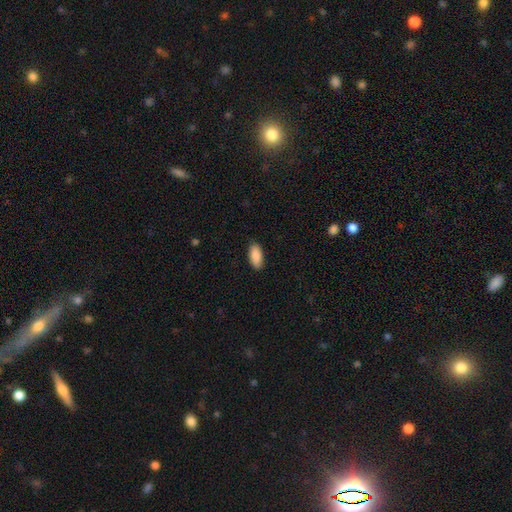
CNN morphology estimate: type=smooth (90%); roundness=in between (90%); merging=none (88%).